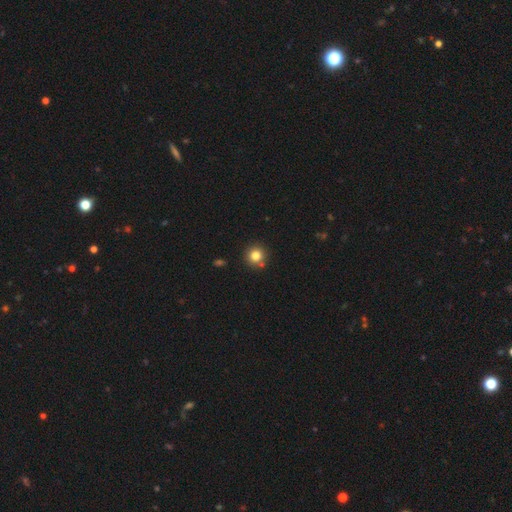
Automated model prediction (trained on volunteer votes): smooth 82%, star or artifact 11%, featured or disk 6%. Down the decision tree: how rounded — round (93%); merging — none (83%).